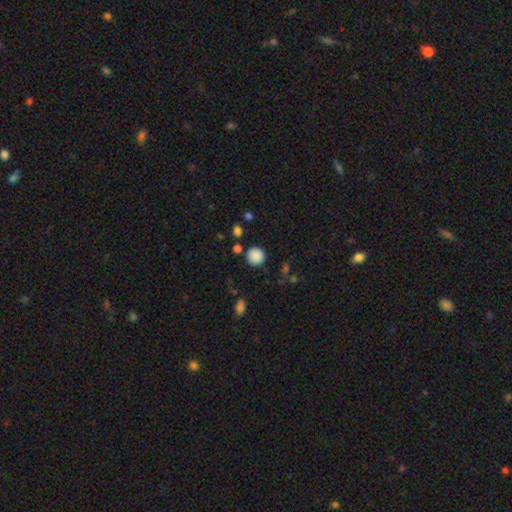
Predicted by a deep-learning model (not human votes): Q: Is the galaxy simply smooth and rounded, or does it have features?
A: smooth — 87%.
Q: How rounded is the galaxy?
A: round — 93%.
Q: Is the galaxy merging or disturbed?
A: none — 84%.